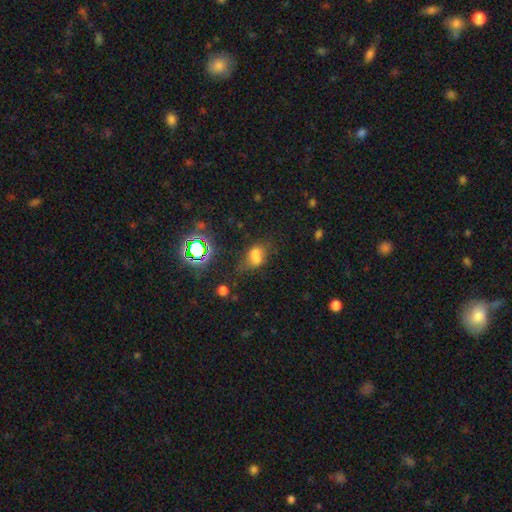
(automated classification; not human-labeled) A smooth galaxy with no disk features (57%) that is in between round and cigar-shaped (63%).

Vote fractions:
- Smooth or featured? smooth: 57% / star or artifact: 23% / featured or disk: 20%
- How rounded? in between: 63% / round: 34% / cigar-shaped: 3%
- Merging? merger: 45% / none: 29% / minor disturbance: 15% / major disturbance: 12%